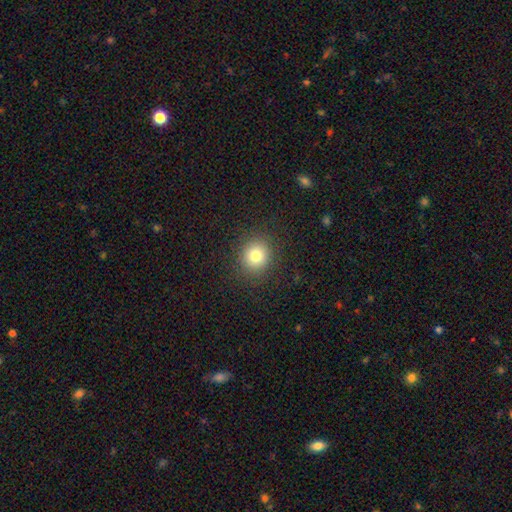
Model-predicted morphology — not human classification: This is likely a smooth galaxy (79%). How rounded: clearly round (86%). Merging: clearly none (89%).